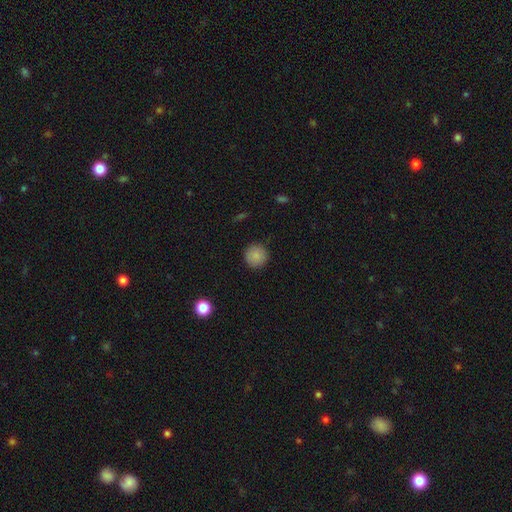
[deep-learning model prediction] smooth 87%, star or artifact 9%, featured or disk 4%. Down the decision tree: how rounded — round (95%); merging — none (90%).